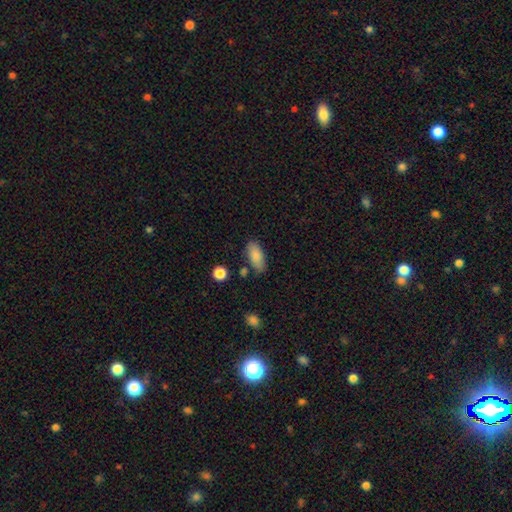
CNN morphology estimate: This is clearly a smooth galaxy (85%). How rounded: clearly in between (89%). Merging: likely none (76%).